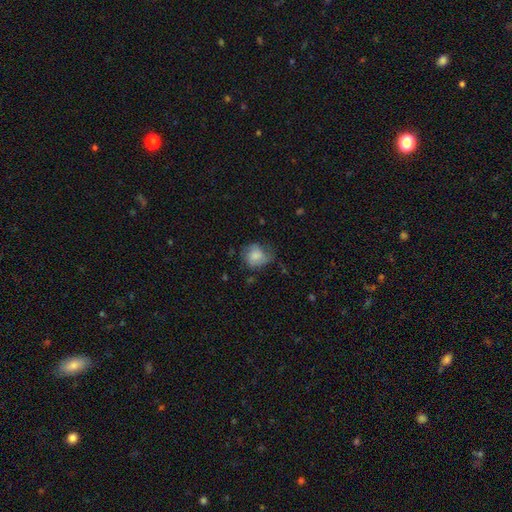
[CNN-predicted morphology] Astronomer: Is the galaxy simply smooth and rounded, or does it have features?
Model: smooth — 67%.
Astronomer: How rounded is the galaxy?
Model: round — 67%.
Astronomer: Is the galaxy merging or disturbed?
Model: none — 47% (runner-up: minor disturbance, 33%).